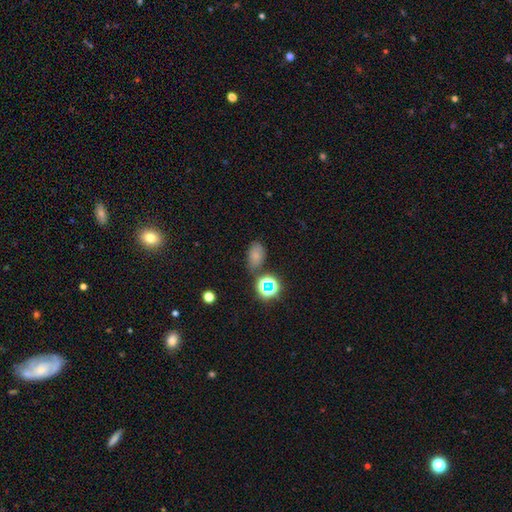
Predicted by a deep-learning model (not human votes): This appears to be a smooth galaxy with no disk features (64%) that is in between round and cigar-shaped (83%). Merging: none (65%).